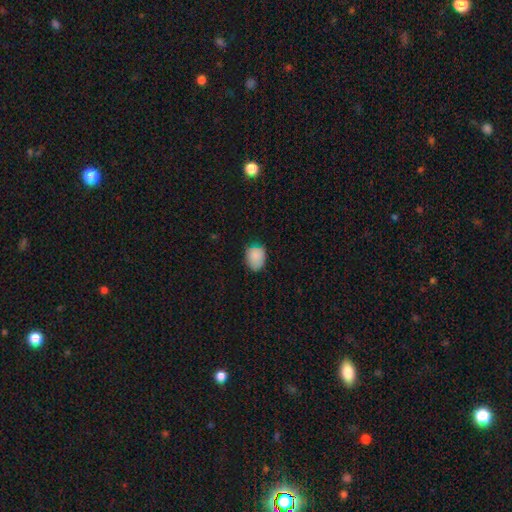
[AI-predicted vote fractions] A smooth galaxy with no disk features (85%) that is round (53%). Merging: none (68%).